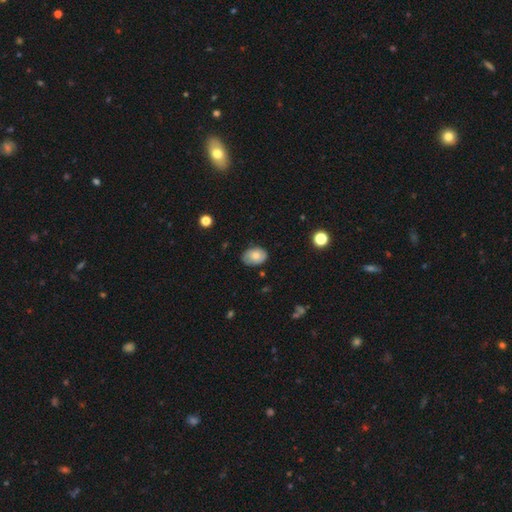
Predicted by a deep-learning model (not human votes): A smooth galaxy with no disk features (72%) that is in between round and cigar-shaped (77%). Merging: none (76%).